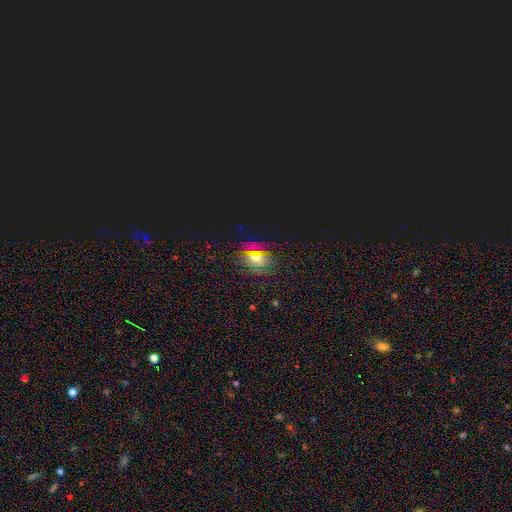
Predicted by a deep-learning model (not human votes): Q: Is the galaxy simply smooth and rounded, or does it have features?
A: smooth — 48%.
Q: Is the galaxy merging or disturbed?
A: none — 84%.